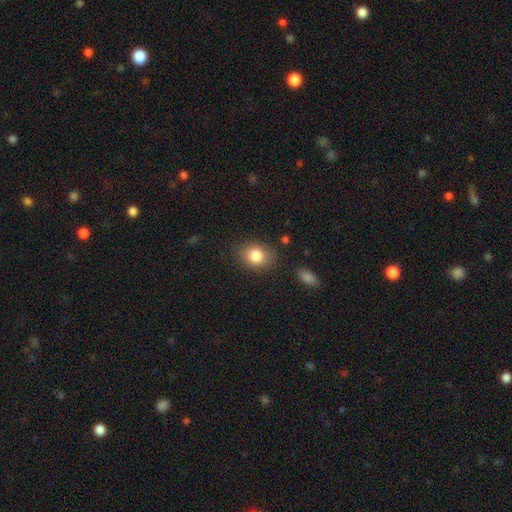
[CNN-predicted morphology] A smooth galaxy with no disk features (83%) that is in between round and cigar-shaped (52%).

Vote fractions:
- Smooth or featured? smooth: 83% / star or artifact: 9% / featured or disk: 8%
- How rounded? in between: 52% / round: 47% / cigar-shaped: 1%
- Merging? none: 83% / minor disturbance: 12% / major disturbance: 4% / merger: 2%